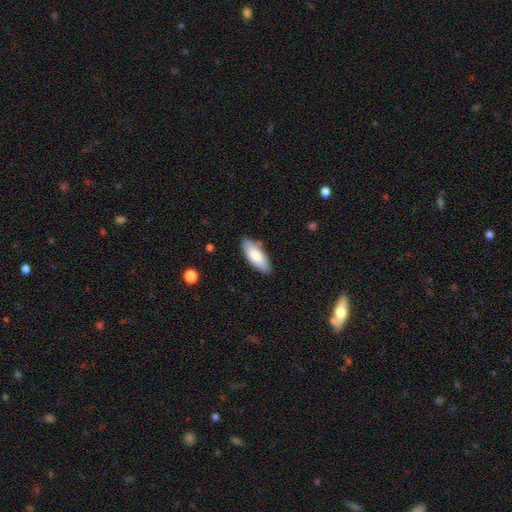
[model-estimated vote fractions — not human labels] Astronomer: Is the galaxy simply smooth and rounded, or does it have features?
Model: smooth — 82%.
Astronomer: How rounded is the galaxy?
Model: in between — 76%.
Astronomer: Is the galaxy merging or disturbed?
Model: none — 84%.